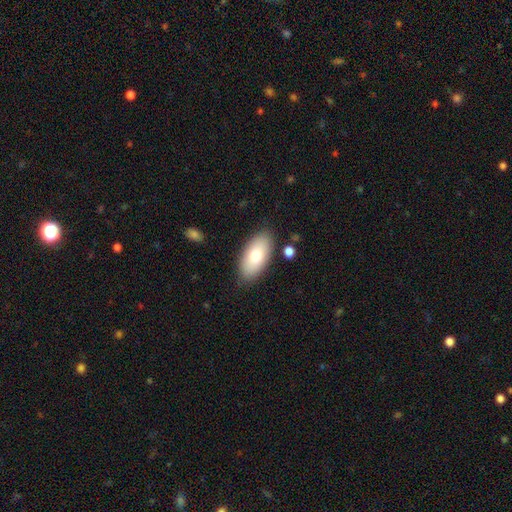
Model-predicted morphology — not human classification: The model was most divided on "smooth or featured": smooth: 74%, featured or disk: 19%, star or artifact: 6%. More confident: how rounded — in between (92%); merging — none (85%).